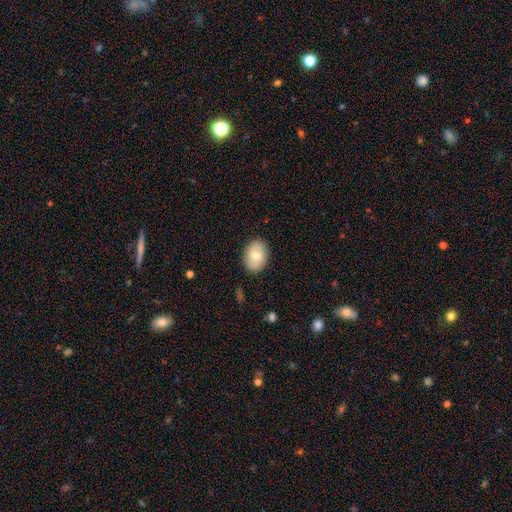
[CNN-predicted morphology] smooth-or-featured: smooth: 71% | featured or disk: 23% | star or artifact: 7%
  how-rounded: in between: 70% | round: 29% | cigar-shaped: 1%
  merging: none: 87% | minor disturbance: 10% | major disturbance: 2% | merger: 1%